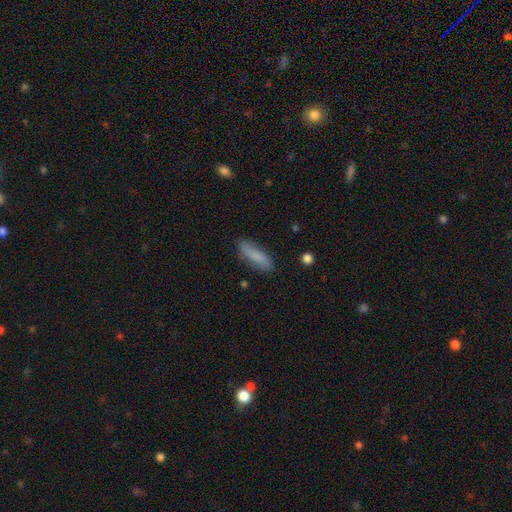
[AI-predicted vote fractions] The model was most divided on "how rounded": cigar-shaped: 59%, in between: 39%, round: 2%. More confident: smooth or featured — smooth (81%); merging — none (79%).